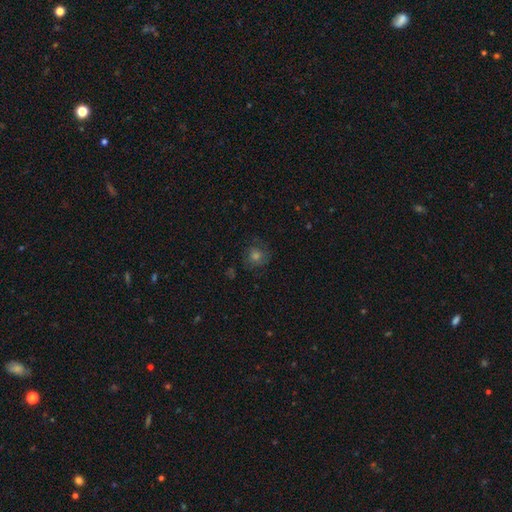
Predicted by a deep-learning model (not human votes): Smooth or featured? Predicted: smooth (p=0.48). Merging? Predicted: none (p=0.78).